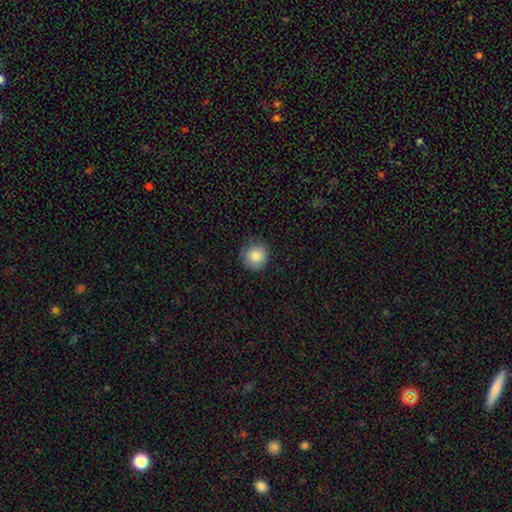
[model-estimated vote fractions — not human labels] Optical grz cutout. It shows a smooth galaxy with no disk features (85%) that is round (94%). Merging: none (86%).